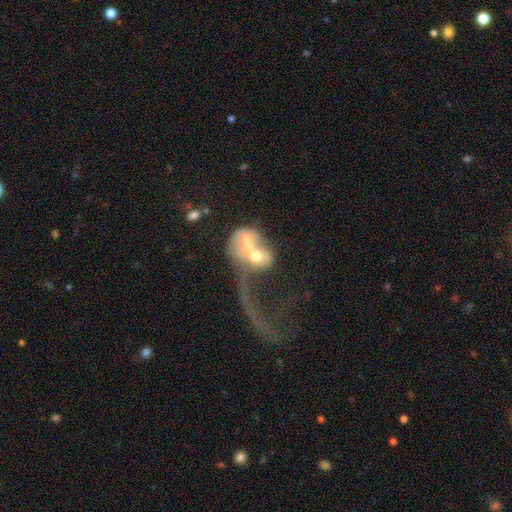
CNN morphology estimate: A featured or disk galaxy (57%) with no bar (66%), no spiral arms (56%) and a moderate central bulge (47%).

Vote fractions:
- Smooth or featured? featured or disk: 57% / smooth: 33% / star or artifact: 10%
- Edge-on disk? no: 95% / yes: 5%
- Bar? no: 66% / weak: 24% / strong: 10%
- Spiral arms? no: 56% / yes: 44%
- Bulge size? moderate: 47% / small: 33% / none: 9% / large: 8% / dominant: 3%
- Merging? merger: 43% / major disturbance: 42% / none: 9% / minor disturbance: 5%